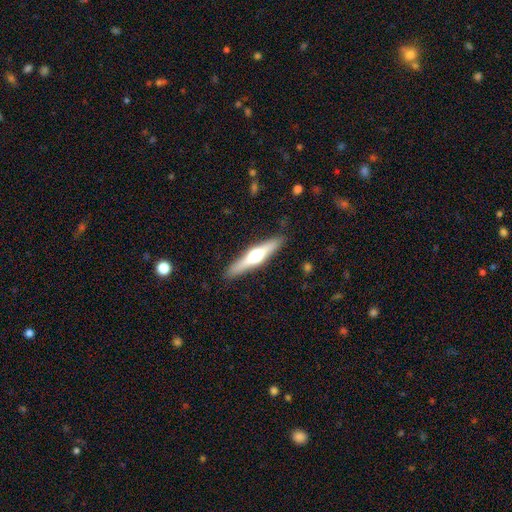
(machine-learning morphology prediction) smooth_or_featured: featured or disk (p=0.63) [alt: smooth p=0.32]
disk_edge_on: yes (p=0.96) [alt: no p=0.04]
edge_on_bulge: rounded (p=0.95) [alt: boxy p=0.03]
merging: none (p=0.89) [alt: minor disturbance p=0.08]